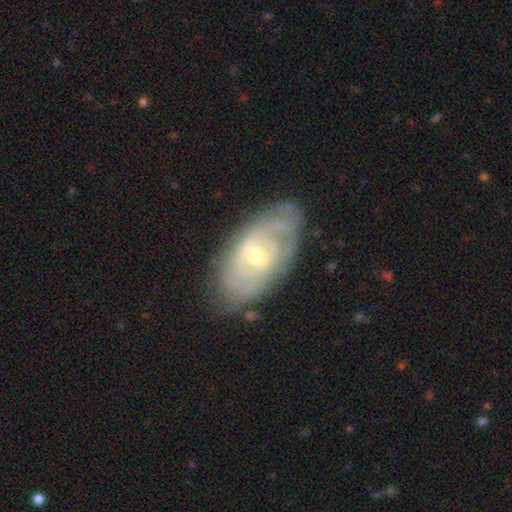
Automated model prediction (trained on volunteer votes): This appears to be a featured or disk galaxy (81%) with no bar (50%), tight (73%) spiral arms (88%) and a moderate central bulge (51%). Merging: none (75%).